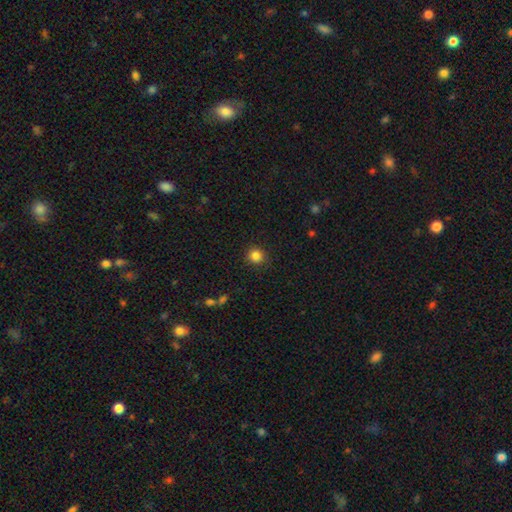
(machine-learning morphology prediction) smooth_or_featured: smooth (p=0.85) [alt: star or artifact p=0.11]
how_rounded: round (p=0.91) [alt: in between p=0.08]
merging: none (p=0.90) [alt: minor disturbance p=0.06]